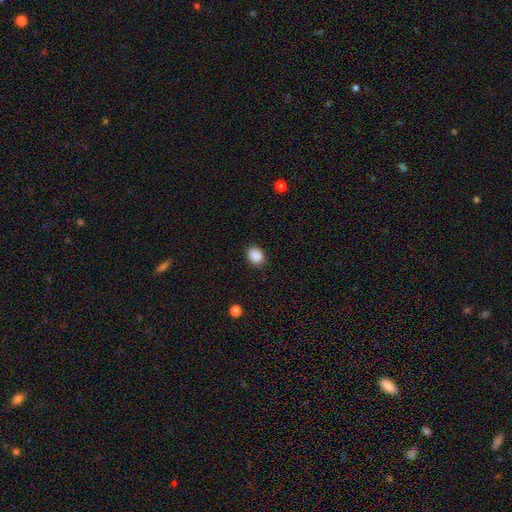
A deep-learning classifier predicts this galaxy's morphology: Overall: smooth (89%). How rounded: in between (58%; round 41%). Merging: none (85%).